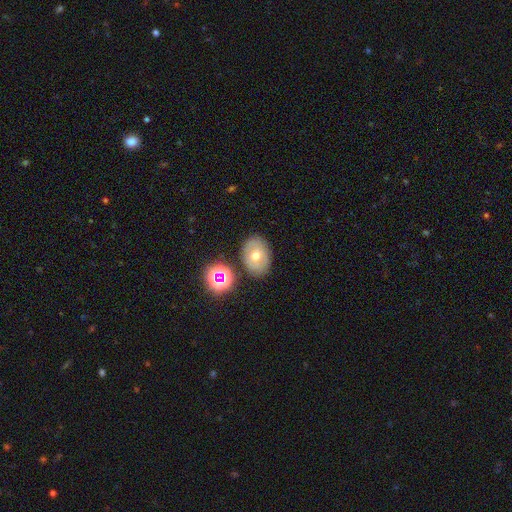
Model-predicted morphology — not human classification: smooth 54%, featured or disk 32%, star or artifact 14%. Down the decision tree: how rounded — in between (67%); merging — none (80%).